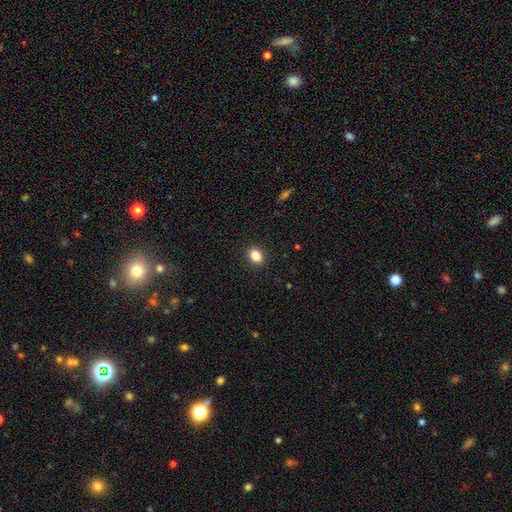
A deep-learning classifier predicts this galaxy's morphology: Smooth or featured? smooth (86%)
How rounded? in between (60%)
Merging? none (91%)